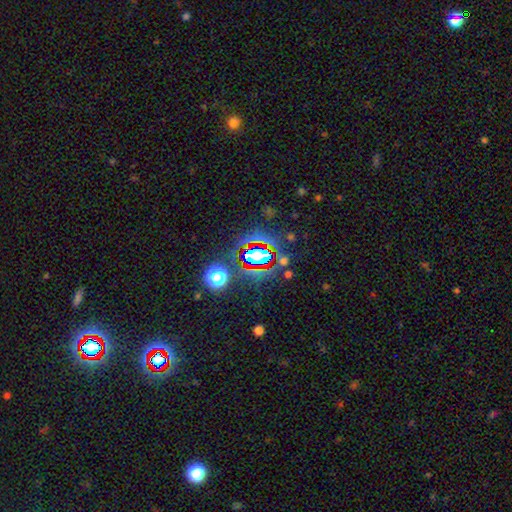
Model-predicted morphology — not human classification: Smooth or featured?
  - star or artifact: 65% *
  - smooth: 23%
  - featured or disk: 12%